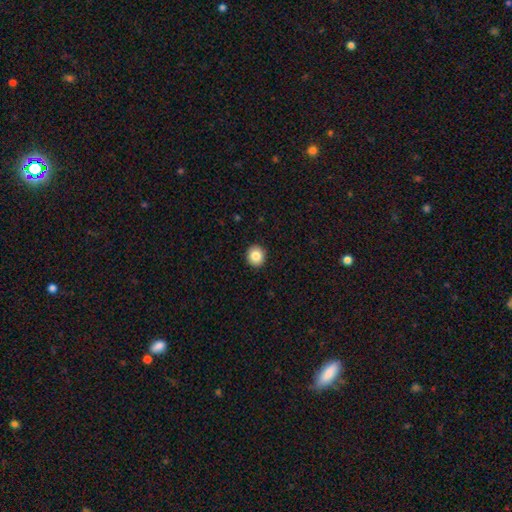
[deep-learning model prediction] Overall: smooth (85%). How rounded: round (89%). Merging: none (93%).